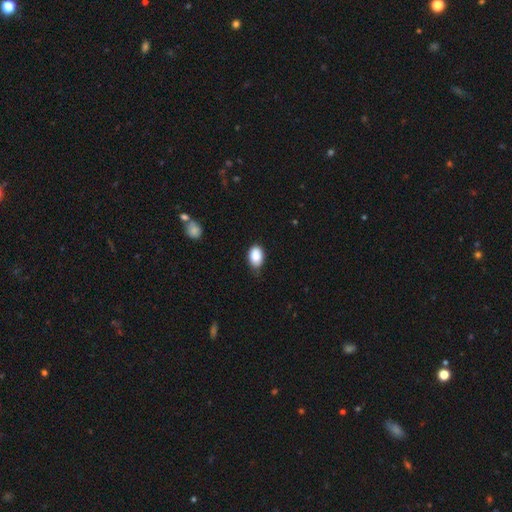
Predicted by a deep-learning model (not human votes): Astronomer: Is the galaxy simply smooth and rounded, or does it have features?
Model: smooth — 87%.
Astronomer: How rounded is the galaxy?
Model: in between — 84%.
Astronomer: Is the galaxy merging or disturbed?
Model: none — 65%.